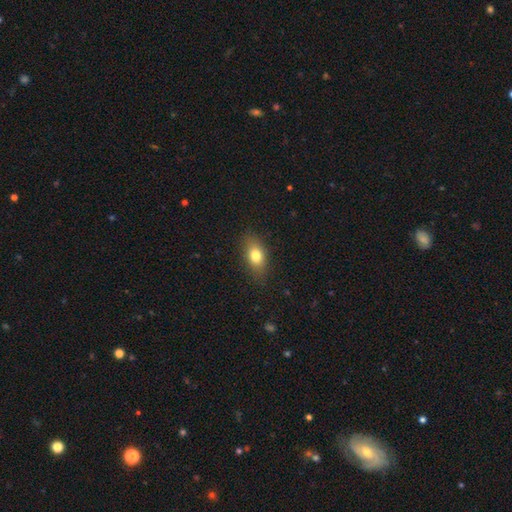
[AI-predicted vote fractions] Smooth or featured? Predicted: smooth (p=0.77). How rounded? Predicted: in between (p=0.80). Merging? Predicted: none (p=0.83).